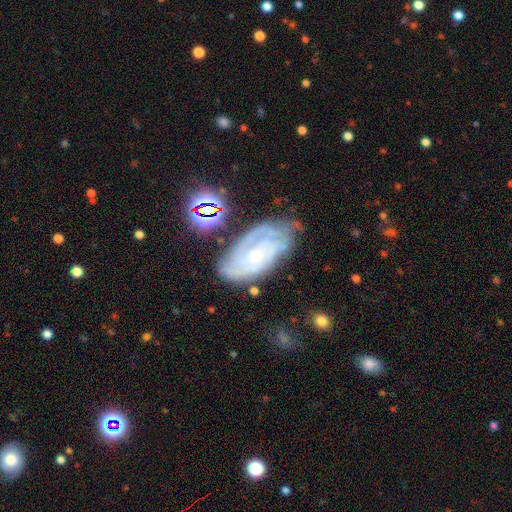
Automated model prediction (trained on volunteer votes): Smooth or featured: featured or disk — 79% (smooth — 13%)
Edge-on disk: no — 94% (yes — 6%)
Bar: no — 68% (weak — 26%)
Spiral arms: yes — 93% (no — 7%)
Spiral winding: tight — 70% (medium — 25%)
Spiral arm count: can't tell — 41% (2 — 21%)
Bulge size: small — 64% (moderate — 31%)
Merging: none — 64% (minor disturbance — 25%)